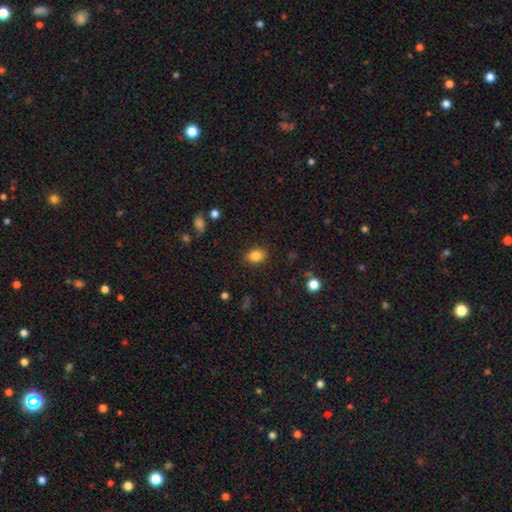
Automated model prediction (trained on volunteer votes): Smooth or featured? Predicted: smooth (p=0.84). How rounded? Predicted: in between (p=0.75). Merging? Predicted: none (p=0.87).